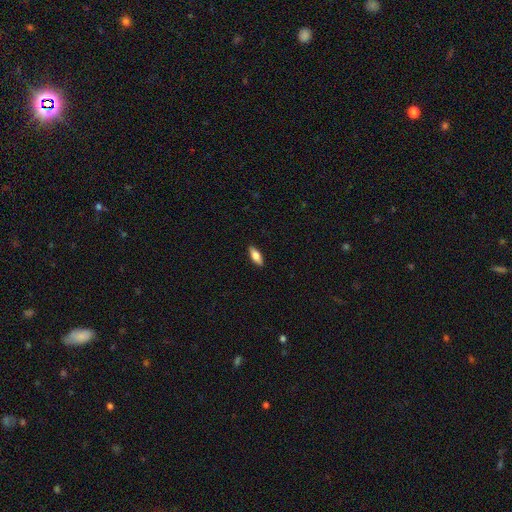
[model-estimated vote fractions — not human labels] The model was most divided on "how rounded": in between: 75%, cigar-shaped: 23%, round: 3%. More confident: merging — none (89%); smooth or featured — smooth (73%).